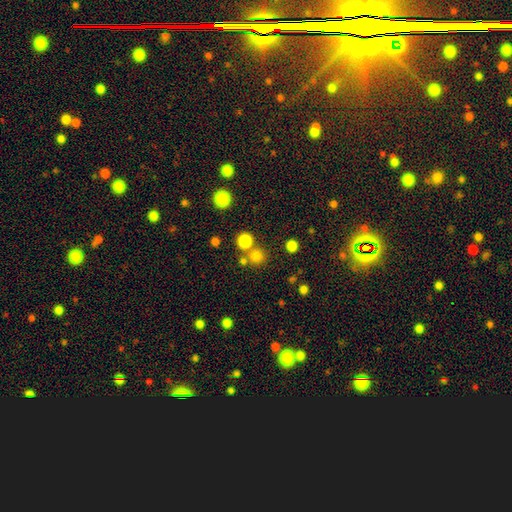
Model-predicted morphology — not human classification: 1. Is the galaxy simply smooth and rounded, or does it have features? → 76% smooth, 18% star or artifact, 6% featured or disk.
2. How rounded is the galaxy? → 92% round, 7% in between, 1% cigar-shaped.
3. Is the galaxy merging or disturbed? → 70% none, 20% merger, 7% minor disturbance, 3% major disturbance.